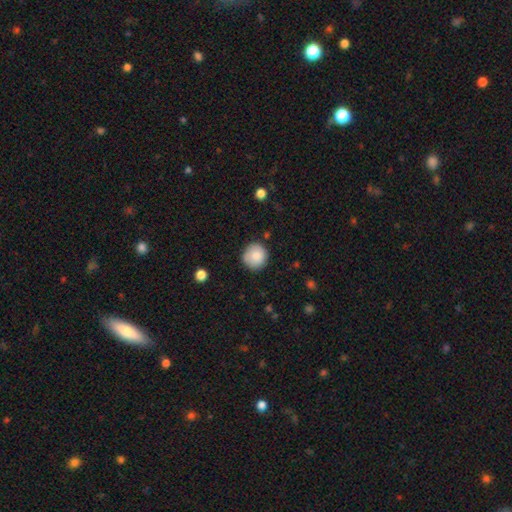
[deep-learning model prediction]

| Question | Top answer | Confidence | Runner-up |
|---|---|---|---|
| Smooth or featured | smooth | 85% | featured or disk (8%) |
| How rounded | round | 93% | in between (6%) |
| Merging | none | 84% | minor disturbance (12%) |